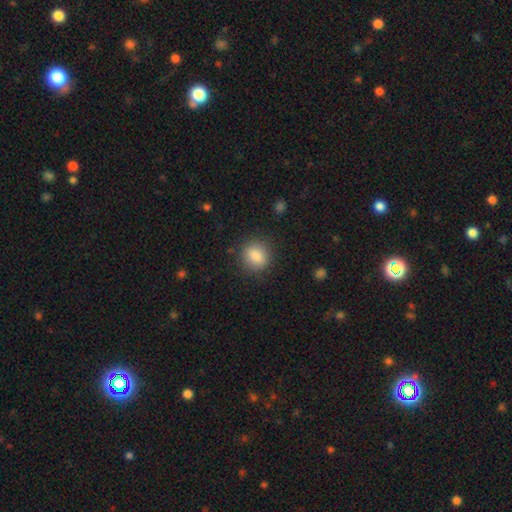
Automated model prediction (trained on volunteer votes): smooth_or_featured: smooth (p=0.86) [alt: star or artifact p=0.09]
how_rounded: round (p=0.77) [alt: in between p=0.22]
merging: none (p=0.86) [alt: minor disturbance p=0.10]